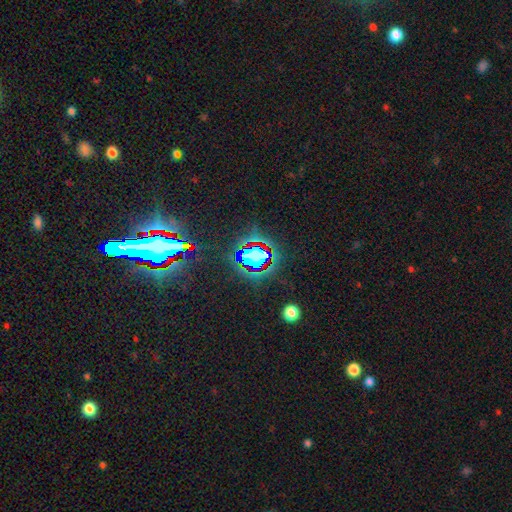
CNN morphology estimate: Q: Smooth or featured?
A: star or artifact (69%); runner-up: smooth (19%)